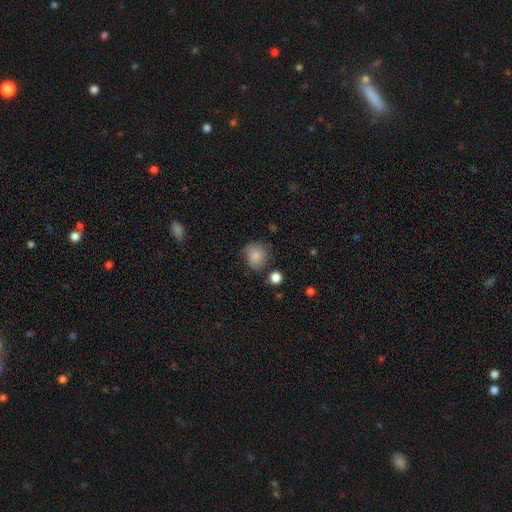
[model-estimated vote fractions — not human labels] This is clearly a smooth galaxy (83%). How rounded: clearly round (82%). Merging: likely none (64%).